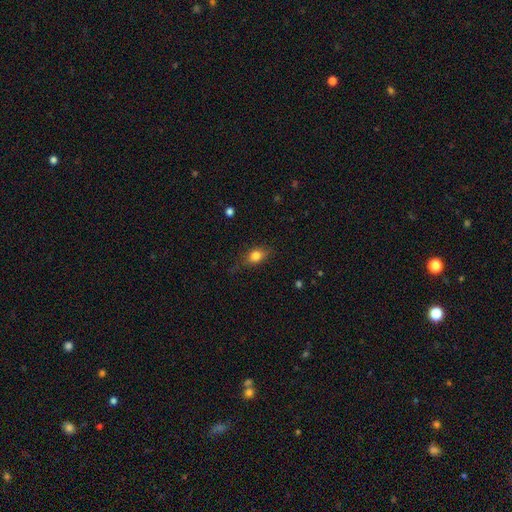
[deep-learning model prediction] smooth-or-featured: smooth: 77% | featured or disk: 13% | star or artifact: 10%
  how-rounded: in between: 65% | round: 28% | cigar-shaped: 7%
  merging: none: 69% | minor disturbance: 23% | major disturbance: 7% | merger: 1%